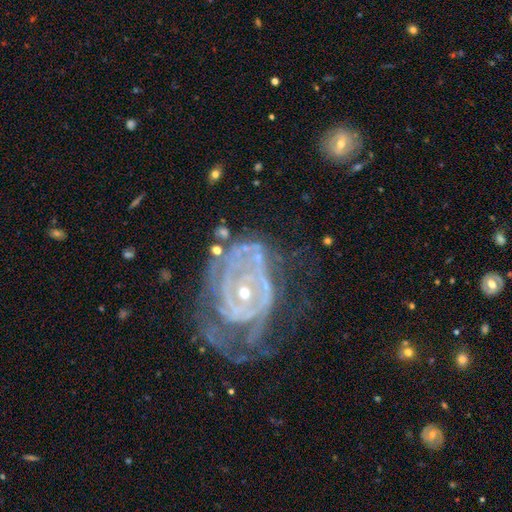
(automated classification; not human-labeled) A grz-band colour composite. It shows a featured or disk galaxy (77%) with no bar (73%), tight (66%) spiral arms (77%) and a moderate central bulge (60%). Merging: none (51%).